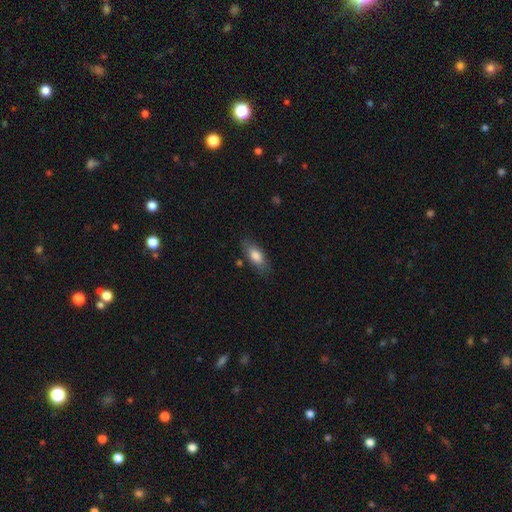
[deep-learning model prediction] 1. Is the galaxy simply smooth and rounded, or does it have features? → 79% smooth, 14% featured or disk, 6% star or artifact.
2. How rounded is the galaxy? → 80% in between, 17% cigar-shaped, 2% round.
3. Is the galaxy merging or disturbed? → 79% none, 14% minor disturbance, 4% major disturbance, 2% merger.